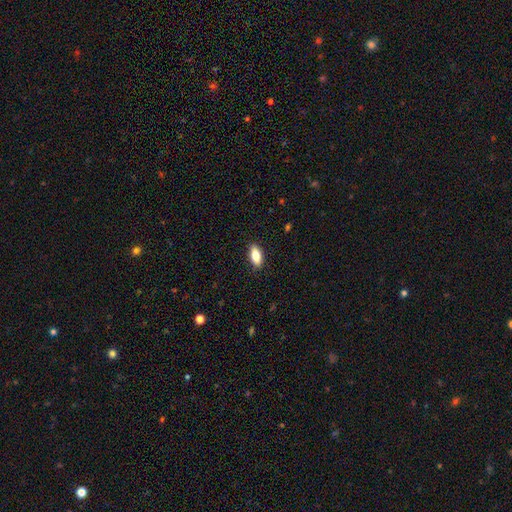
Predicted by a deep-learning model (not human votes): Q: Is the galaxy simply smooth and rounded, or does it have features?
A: smooth — 78%.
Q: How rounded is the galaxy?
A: in between — 84%.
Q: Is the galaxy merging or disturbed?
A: none — 88%.